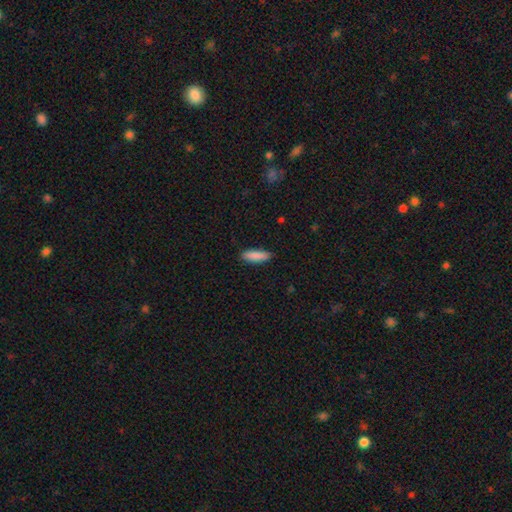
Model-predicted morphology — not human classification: A smooth galaxy with no disk features (88%) that is cigar-shaped (53%). Merging: none (87%).